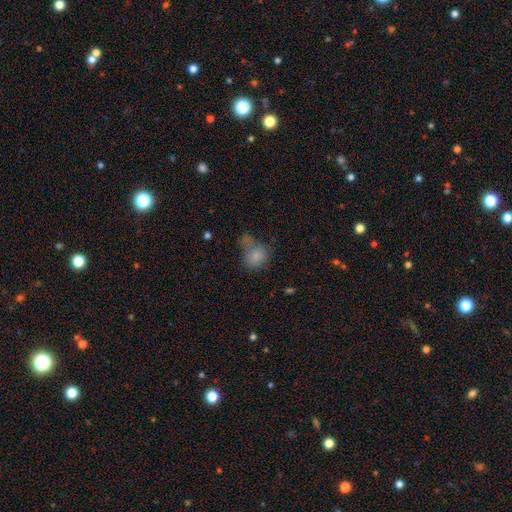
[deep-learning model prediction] The model was most divided on "merging": none: 34%, merger: 30%, minor disturbance: 19%, major disturbance: 17%. More confident: smooth or featured — smooth (79%); how rounded — round (61%).